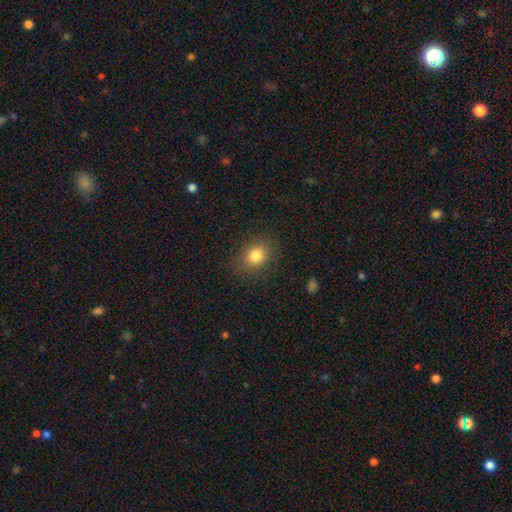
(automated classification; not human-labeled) The model was most divided on "how rounded": in between: 50%, round: 48%, cigar-shaped: 1%. More confident: merging — none (84%); smooth or featured — smooth (81%).